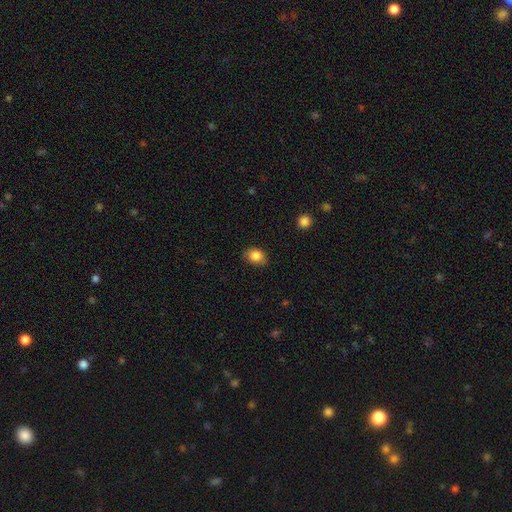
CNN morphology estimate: This is clearly a smooth galaxy (85%). How rounded: possibly in between (59%). Merging: clearly none (82%).